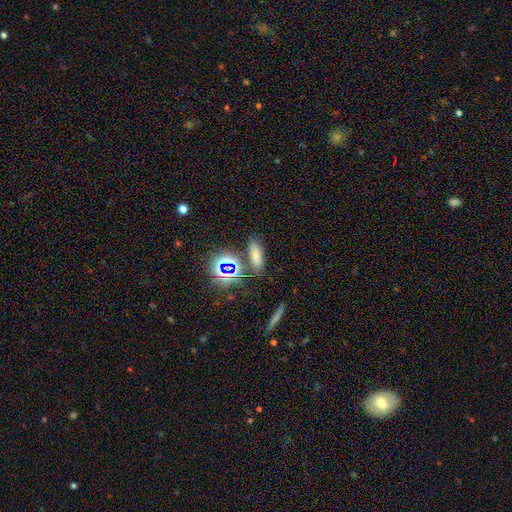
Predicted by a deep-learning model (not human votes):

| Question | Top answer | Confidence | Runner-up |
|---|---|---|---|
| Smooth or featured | smooth | 66% | star or artifact (24%) |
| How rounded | in between | 58% | cigar-shaped (34%) |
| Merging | none | 79% | minor disturbance (10%) |